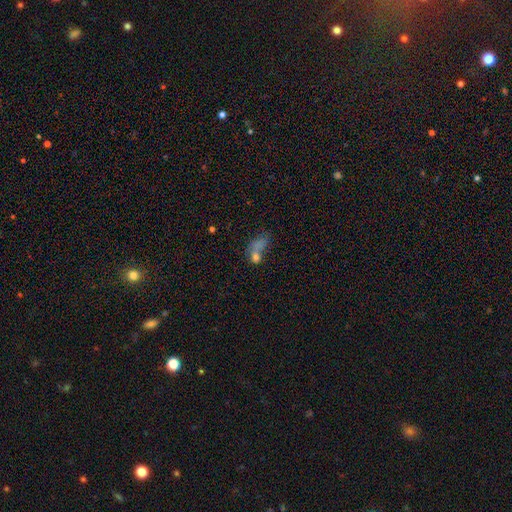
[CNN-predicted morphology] A smooth galaxy with no disk features (57%) that is in between round and cigar-shaped (64%).

Vote fractions:
- Smooth or featured? smooth: 57% / star or artifact: 22% / featured or disk: 21%
- How rounded? in between: 64% / round: 25% / cigar-shaped: 11%
- Merging? merger: 38% / none: 28% / major disturbance: 21% / minor disturbance: 13%